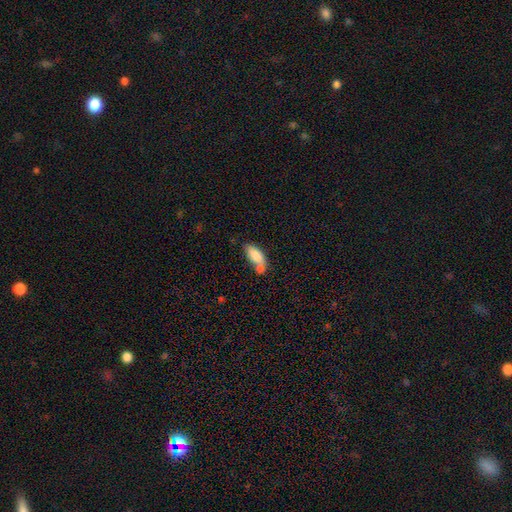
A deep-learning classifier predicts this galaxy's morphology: Overall: smooth (82%). How rounded: in between (82%). Merging: none (41%; merger 36%).